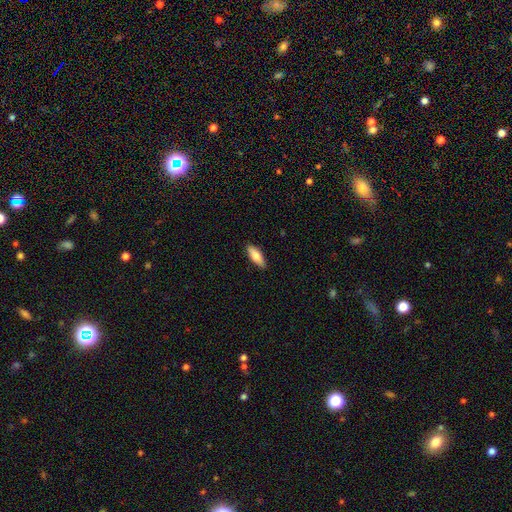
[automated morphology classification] This appears to be a smooth galaxy with no disk features (79%) that is in between round and cigar-shaped (65%). Merging: none (89%).